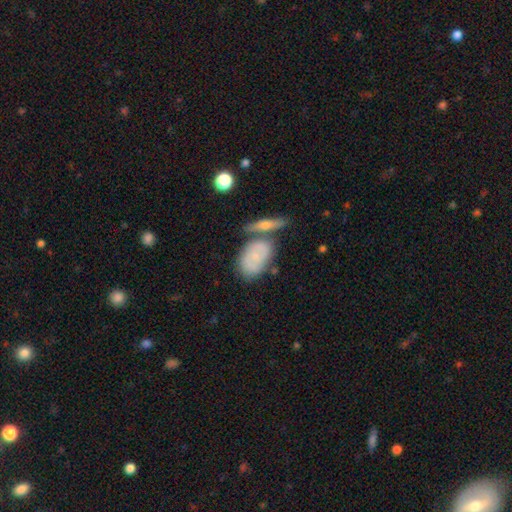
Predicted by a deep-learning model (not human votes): smooth 53%, featured or disk 39%, star or artifact 8%. Down the decision tree: how rounded — in between (84%); merging — none (50%).